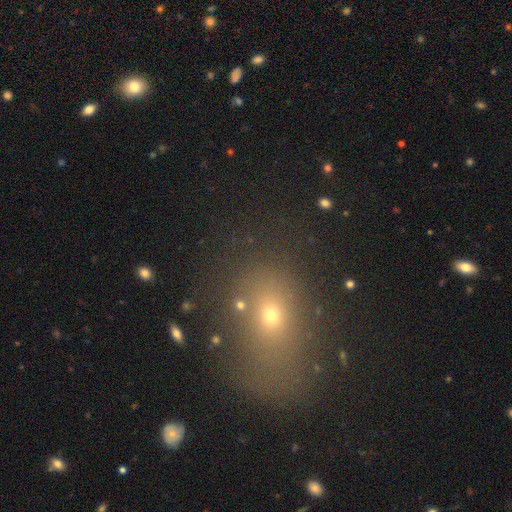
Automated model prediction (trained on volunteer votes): Smooth or featured? smooth (54%)
How rounded? in between (61%)
Merging? none (69%)